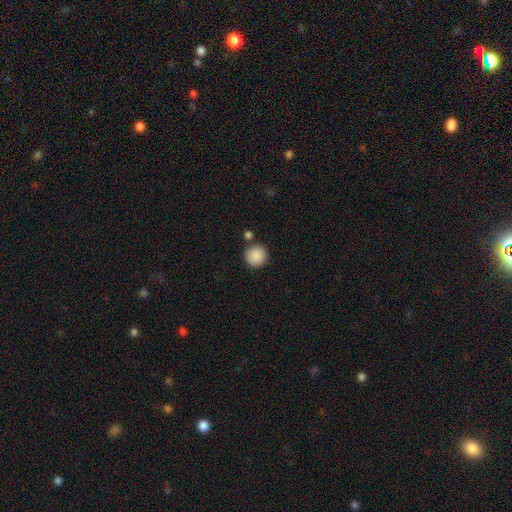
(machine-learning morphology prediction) type=smooth (89%); roundness=round (94%); merging=none (83%).